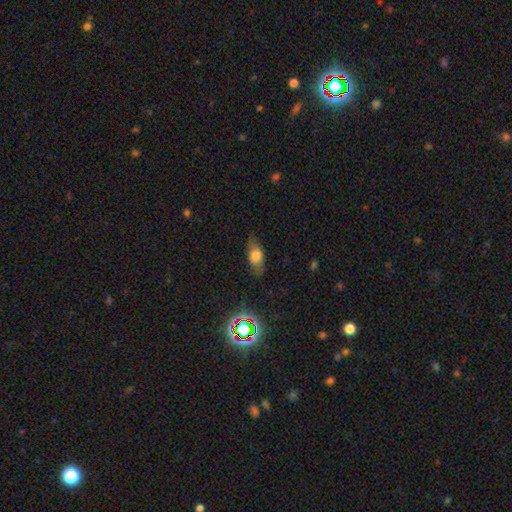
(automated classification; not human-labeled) A smooth galaxy with no disk features (64%) that is in between round and cigar-shaped (79%).

Vote fractions:
- Smooth or featured? smooth: 64% / featured or disk: 25% / star or artifact: 11%
- How rounded? in between: 79% / cigar-shaped: 13% / round: 8%
- Merging? none: 76% / minor disturbance: 17% / major disturbance: 5% / merger: 1%